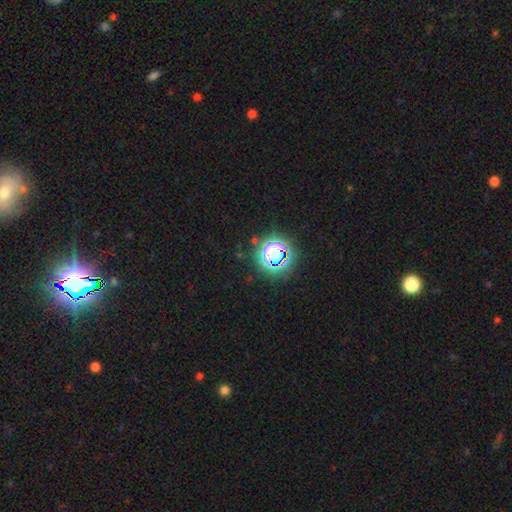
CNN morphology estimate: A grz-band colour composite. It shows a star or artifact, not a galaxy (78%).